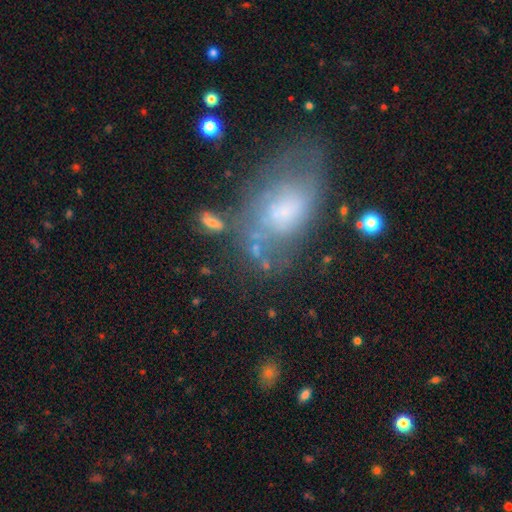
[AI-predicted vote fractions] Smooth or featured? featured or disk (57%)
Edge-on disk? no (93%)
Bar? no (58%)
Spiral arms? yes (72%)
Bulge size? moderate (38%)
Merging? none (58%)